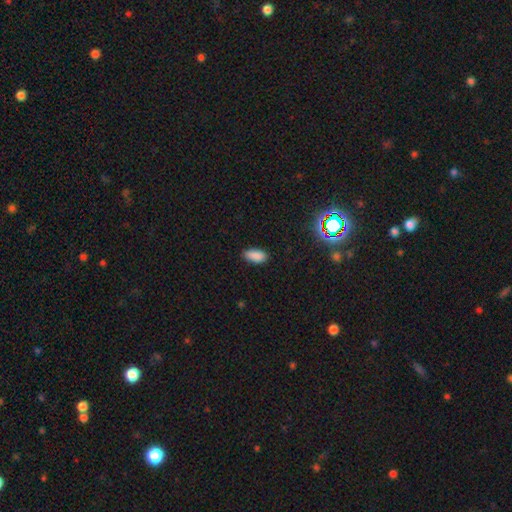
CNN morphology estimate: type=smooth (87%); roundness=in between (91%); merging=none (84%).